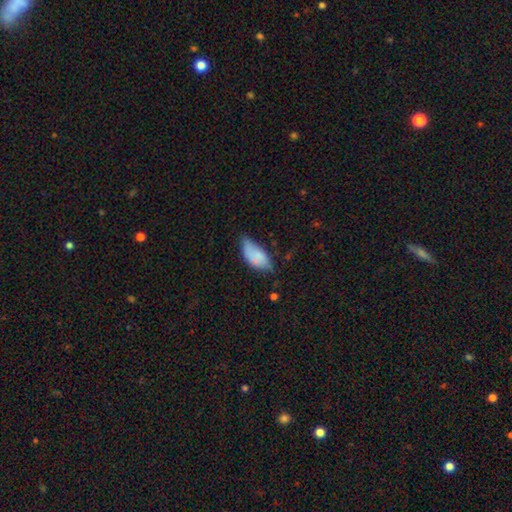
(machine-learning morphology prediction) Smooth or featured? Predicted: smooth (p=0.80). How rounded? Predicted: in between (p=0.92). Merging? Predicted: minor disturbance (p=0.47).